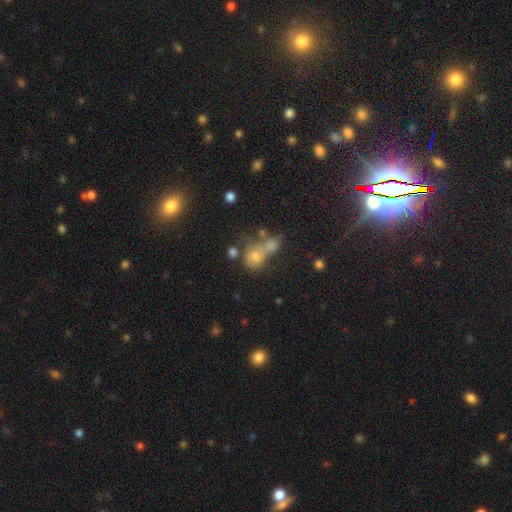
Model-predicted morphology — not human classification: A smooth galaxy with no disk features (60%) that is round (66%).

Vote fractions:
- Smooth or featured? smooth: 60% / star or artifact: 23% / featured or disk: 17%
- How rounded? round: 66% / in between: 32% / cigar-shaped: 2%
- Merging? merger: 44% / none: 37% / minor disturbance: 11% / major disturbance: 8%